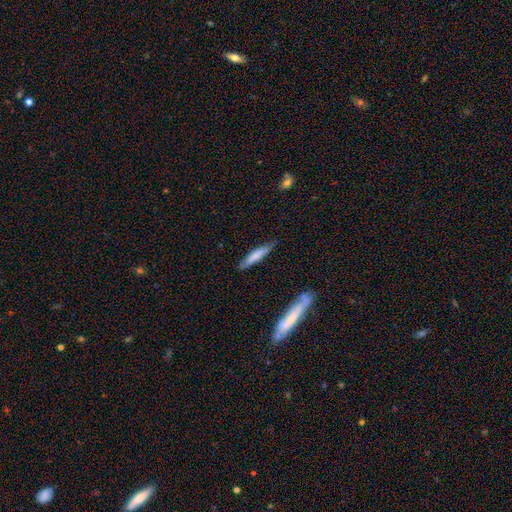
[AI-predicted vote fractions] This is likely a smooth galaxy (68%). How rounded: clearly cigar-shaped (87%). Merging: likely none (76%).